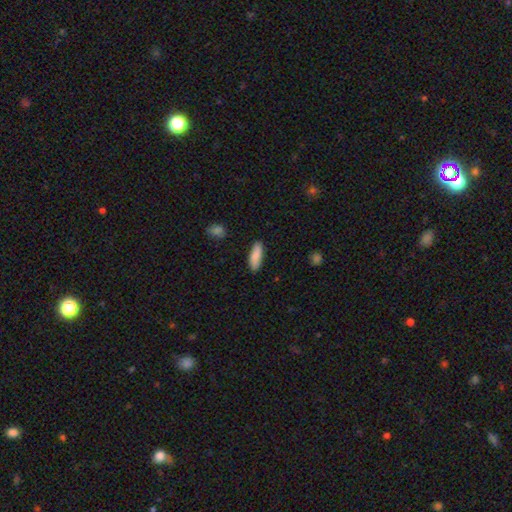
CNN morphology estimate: Smooth or featured? Predicted: smooth (p=0.87). How rounded? Predicted: in between (p=0.53). Merging? Predicted: none (p=0.86).